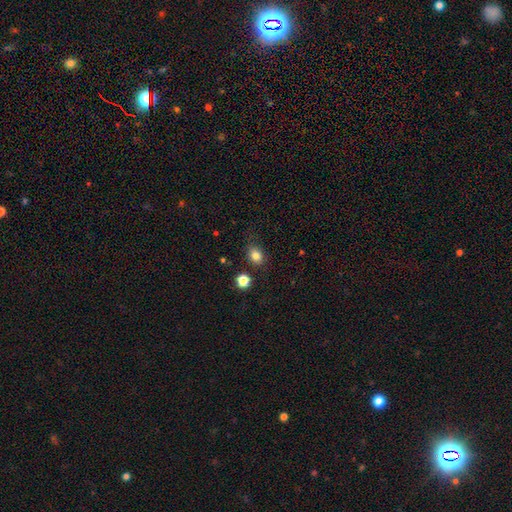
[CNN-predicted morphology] smooth 82%, star or artifact 12%, featured or disk 6%. Down the decision tree: how rounded — in between (51%); merging — none (76%).